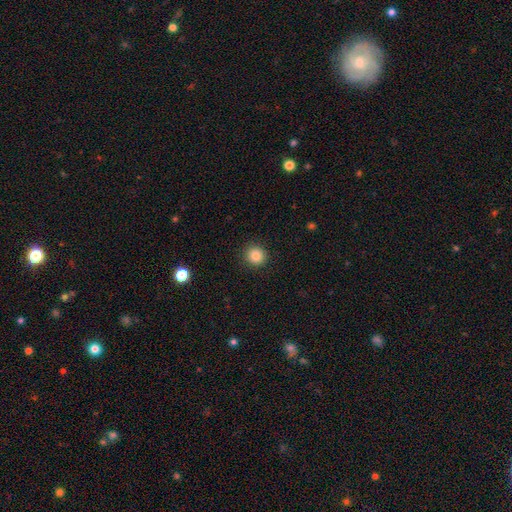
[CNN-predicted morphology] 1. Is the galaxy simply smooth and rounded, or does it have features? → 83% smooth, 11% star or artifact, 6% featured or disk.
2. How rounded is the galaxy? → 92% round, 7% in between, 1% cigar-shaped.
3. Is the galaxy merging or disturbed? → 92% none, 5% minor disturbance, 2% major disturbance, 1% merger.